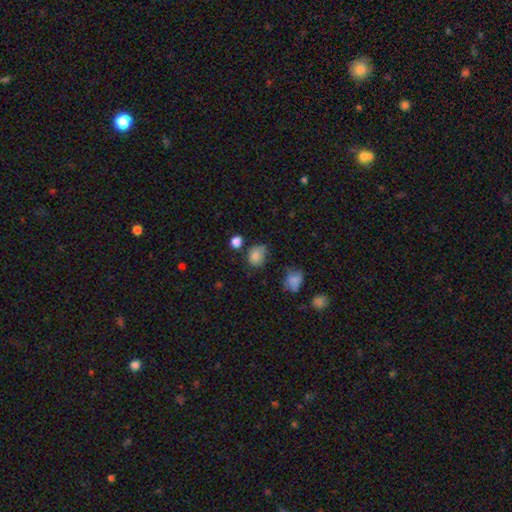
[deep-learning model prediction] This appears to be a smooth galaxy with no disk features (82%) that is round (60%). Merging: none (62%).